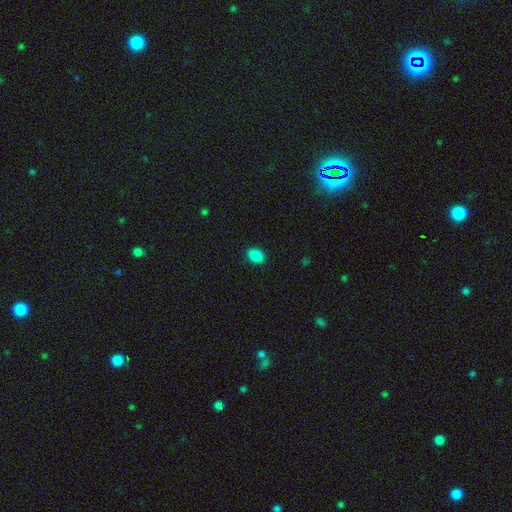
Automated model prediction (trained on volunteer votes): Q: Smooth or featured?
A: smooth (88%); runner-up: star or artifact (9%)
Q: How rounded?
A: in between (80%); runner-up: round (19%)
Q: Merging?
A: none (89%); runner-up: minor disturbance (8%)